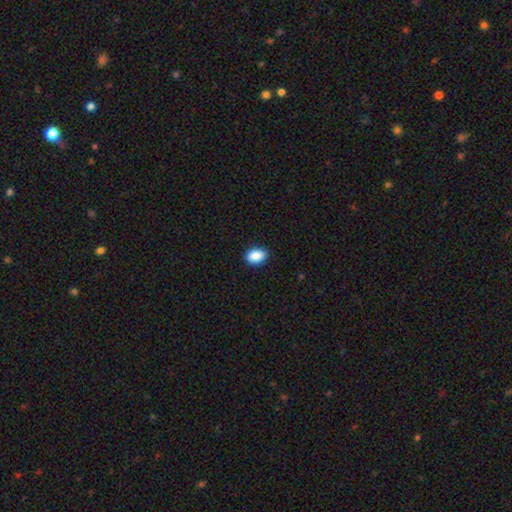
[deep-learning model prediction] Smooth or featured? smooth (89%)
How rounded? in between (86%)
Merging? none (87%)